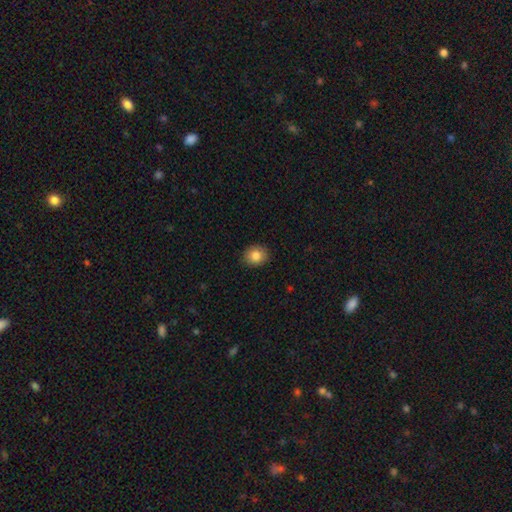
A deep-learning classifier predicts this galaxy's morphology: smooth 83%, star or artifact 9%, featured or disk 8%. Down the decision tree: how rounded — round (64%); merging — none (90%).